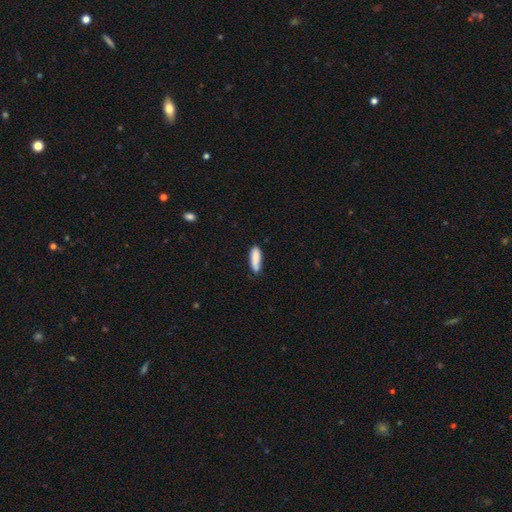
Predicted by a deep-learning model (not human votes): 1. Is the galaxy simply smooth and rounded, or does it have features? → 84% smooth, 9% featured or disk, 7% star or artifact.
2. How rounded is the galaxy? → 50% in between, 49% cigar-shaped, 2% round.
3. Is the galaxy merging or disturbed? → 60% none, 28% minor disturbance, 7% merger, 5% major disturbance.